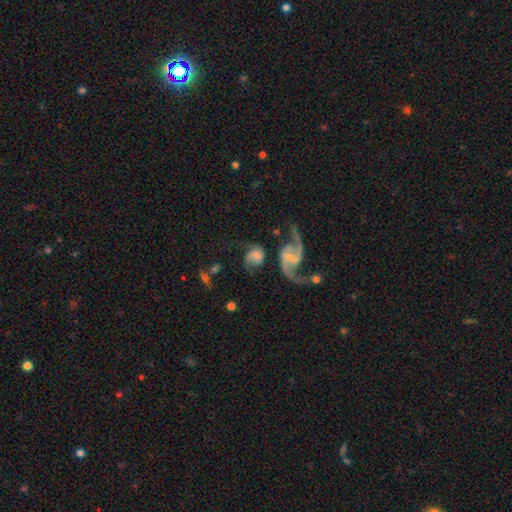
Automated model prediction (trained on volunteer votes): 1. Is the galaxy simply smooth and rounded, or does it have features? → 66% featured or disk, 25% smooth, 9% star or artifact.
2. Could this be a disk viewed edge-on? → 97% no, 3% yes.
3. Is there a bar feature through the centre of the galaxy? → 52% no, 36% weak, 12% strong.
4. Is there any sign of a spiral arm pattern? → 91% yes, 9% no.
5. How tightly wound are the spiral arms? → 61% loose, 32% medium, 8% tight.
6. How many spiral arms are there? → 82% 2, 10% 1, 4% can't tell, 2% 3, 1% 4, 1% more than 4.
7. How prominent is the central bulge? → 38% small, 26% moderate, 25% none, 9% large, 3% dominant.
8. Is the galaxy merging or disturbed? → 43% none, 21% merger, 19% major disturbance, 18% minor disturbance.